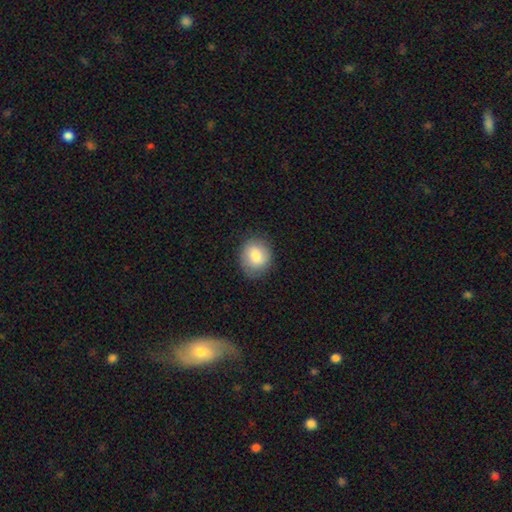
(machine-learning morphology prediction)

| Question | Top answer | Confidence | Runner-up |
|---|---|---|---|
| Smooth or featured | smooth | 81% | featured or disk (12%) |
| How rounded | round | 73% | in between (26%) |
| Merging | none | 83% | minor disturbance (13%) |